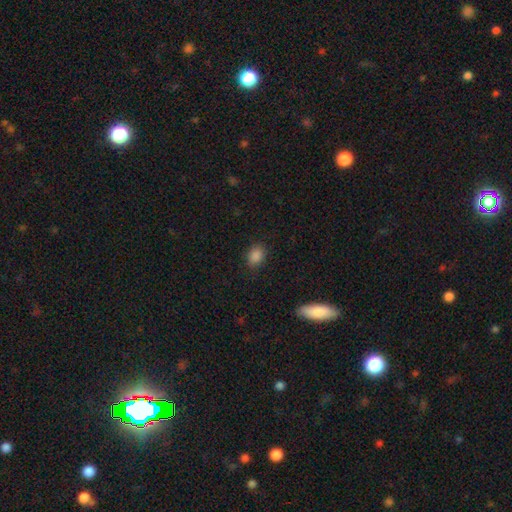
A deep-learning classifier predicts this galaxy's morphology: A smooth galaxy with no disk features (85%) that is in between round and cigar-shaped (66%). Merging: none (85%).